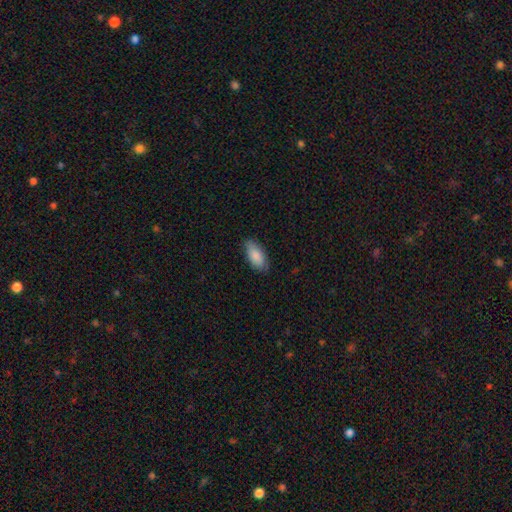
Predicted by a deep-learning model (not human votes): Overall: smooth (87%). How rounded: in between (89%). Merging: none (82%).